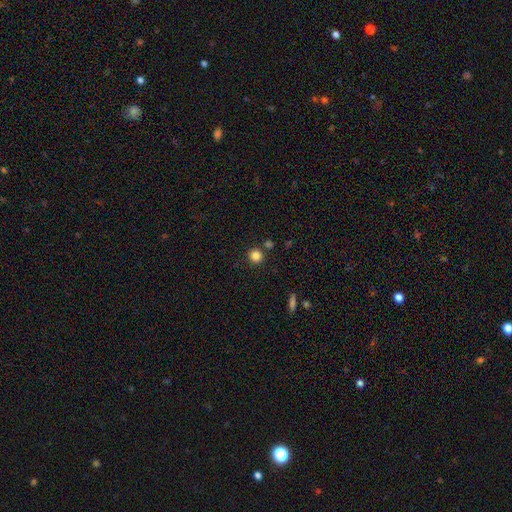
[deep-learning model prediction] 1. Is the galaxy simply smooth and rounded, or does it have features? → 84% smooth, 12% star or artifact, 5% featured or disk.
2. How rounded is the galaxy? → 93% round, 6% in between, 1% cigar-shaped.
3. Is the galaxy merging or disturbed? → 84% none, 7% merger, 7% minor disturbance, 2% major disturbance.